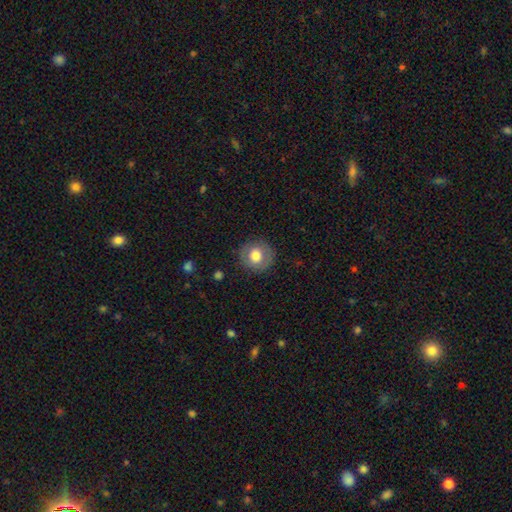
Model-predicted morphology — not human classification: smooth 71%, featured or disk 21%, star or artifact 8%. Down the decision tree: how rounded — round (89%); merging — none (85%).